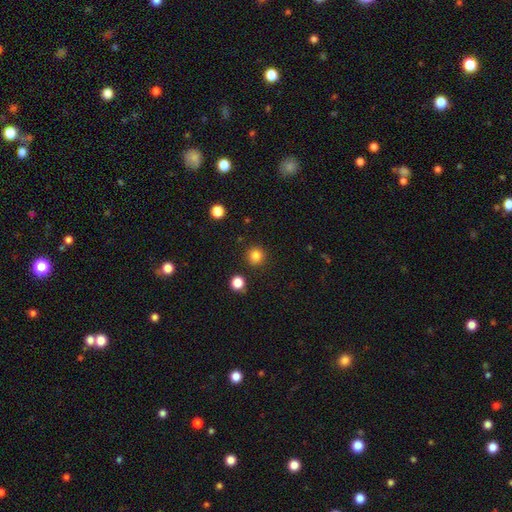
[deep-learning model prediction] Smooth or featured: smooth — 83% (star or artifact — 12%)
How rounded: round — 95% (in between — 5%)
Merging: none — 90% (minor disturbance — 5%)